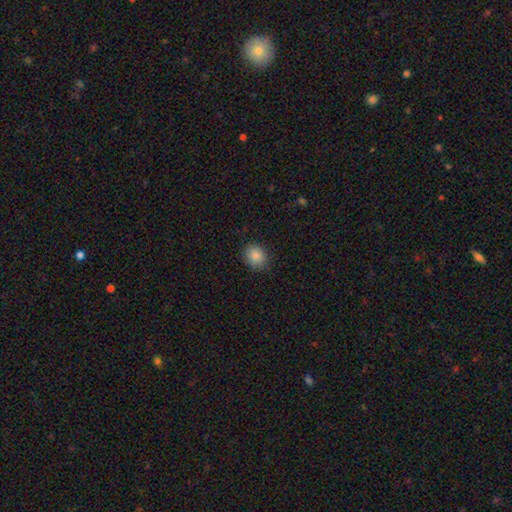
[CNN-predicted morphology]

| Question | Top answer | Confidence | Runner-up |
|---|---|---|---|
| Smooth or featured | smooth | 86% | star or artifact (10%) |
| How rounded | round | 73% | in between (26%) |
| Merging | none | 87% | minor disturbance (9%) |